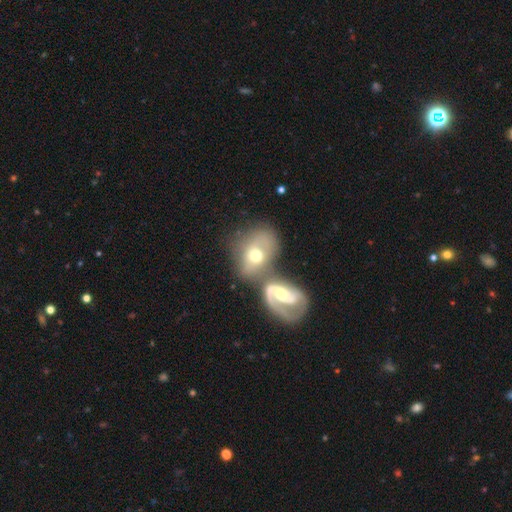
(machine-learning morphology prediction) Overall: featured or disk (53%; smooth 40%). Edge-on disk: no (94%). Merging: merger (55%; none 25%).